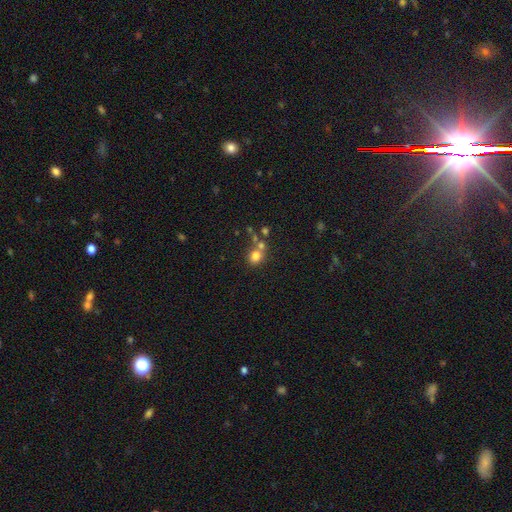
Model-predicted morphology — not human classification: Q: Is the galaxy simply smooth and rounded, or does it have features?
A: smooth — 75%.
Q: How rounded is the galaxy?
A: round — 68%.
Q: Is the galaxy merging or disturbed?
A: none — 50%.